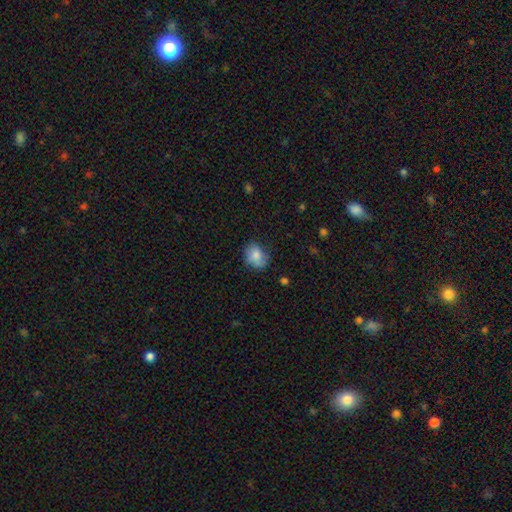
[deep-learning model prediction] A smooth galaxy with no disk features (76%) that is round (52%). Merging: none (65%).